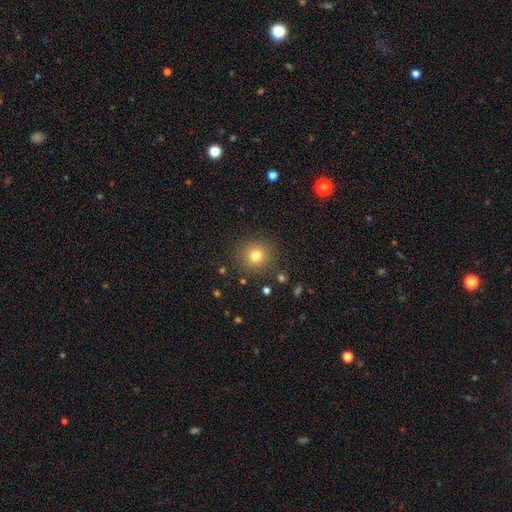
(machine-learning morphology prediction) A smooth galaxy with no disk features (78%) that is round (89%).

Vote fractions:
- Smooth or featured? smooth: 78% / star or artifact: 14% / featured or disk: 8%
- How rounded? round: 89% / in between: 10% / cigar-shaped: 1%
- Merging? none: 87% / minor disturbance: 8% / major disturbance: 3% / merger: 2%